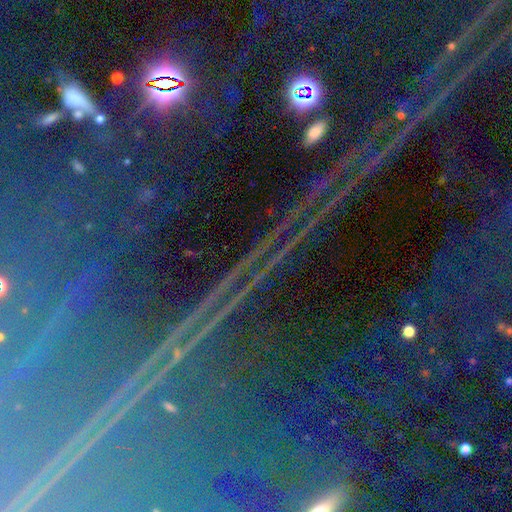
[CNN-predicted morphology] The model was most divided on "smooth or featured": star or artifact: 86%, featured or disk: 7%, smooth: 6%.